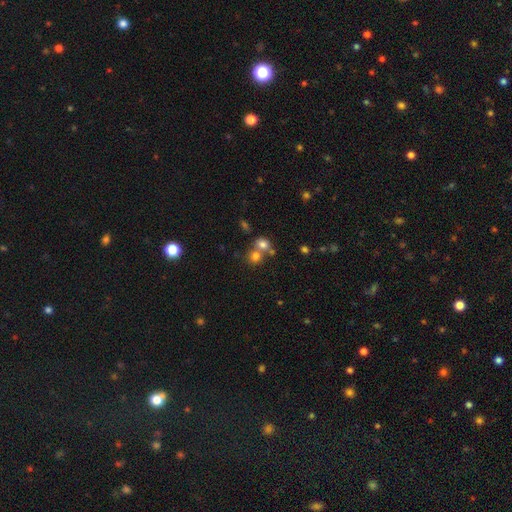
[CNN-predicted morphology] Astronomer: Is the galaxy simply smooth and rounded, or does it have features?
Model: smooth — 73%.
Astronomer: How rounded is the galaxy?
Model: round — 82%.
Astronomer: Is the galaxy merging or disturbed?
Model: none — 45% (runner-up: merger, 44%).